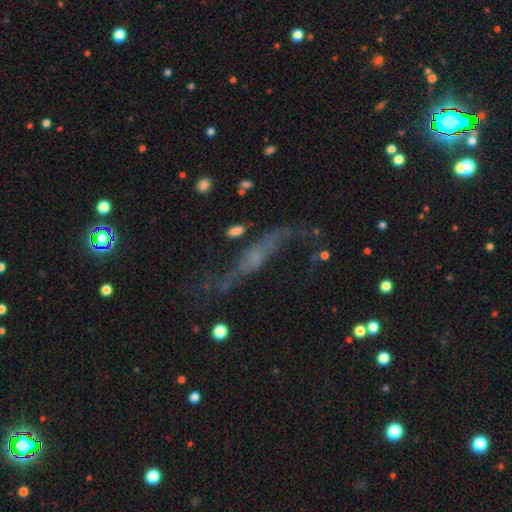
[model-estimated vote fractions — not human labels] Overall: featured or disk (65%). Edge-on disk: no (64%; yes 36%). Merging: none (49%; major disturbance 23%).